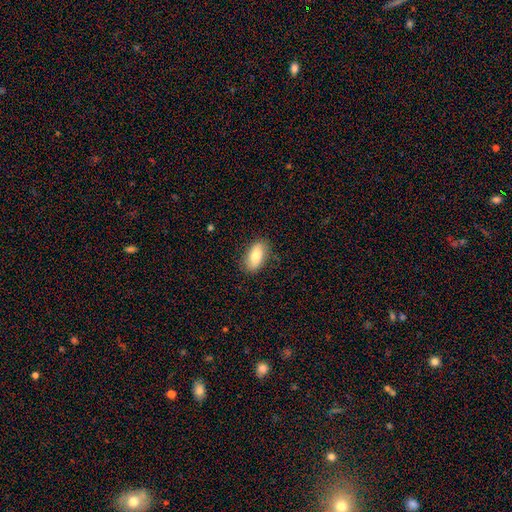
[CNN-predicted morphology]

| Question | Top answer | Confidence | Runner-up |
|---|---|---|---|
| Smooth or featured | smooth | 78% | featured or disk (15%) |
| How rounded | in between | 89% | cigar-shaped (7%) |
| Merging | none | 85% | minor disturbance (12%) |